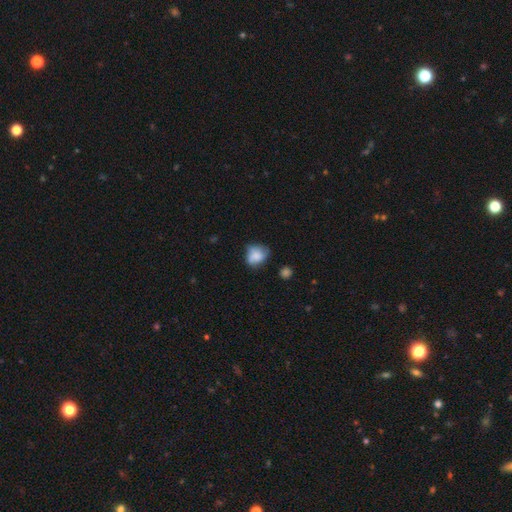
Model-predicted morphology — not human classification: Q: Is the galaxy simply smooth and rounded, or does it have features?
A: smooth — 69%.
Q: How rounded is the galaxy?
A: round — 55%.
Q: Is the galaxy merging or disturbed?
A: none — 47%.